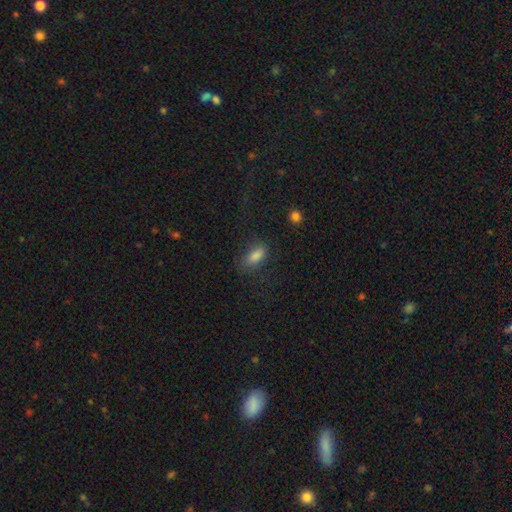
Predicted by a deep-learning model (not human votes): Smooth or featured? smooth (80%)
How rounded? in between (81%)
Merging? none (69%)